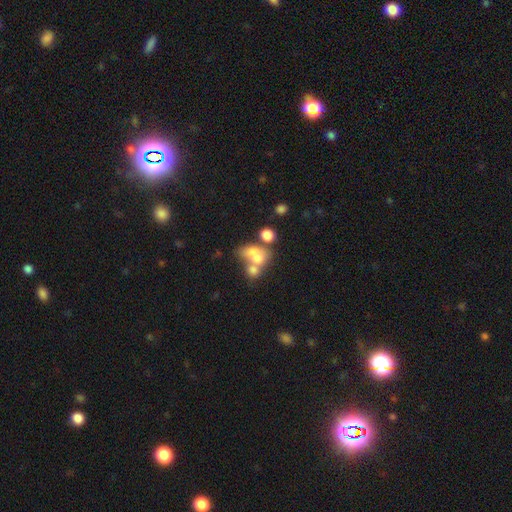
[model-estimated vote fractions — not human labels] Overall: smooth (63%; featured or disk 25%). How rounded: in between (63%; round 34%). Merging: merger (61%).